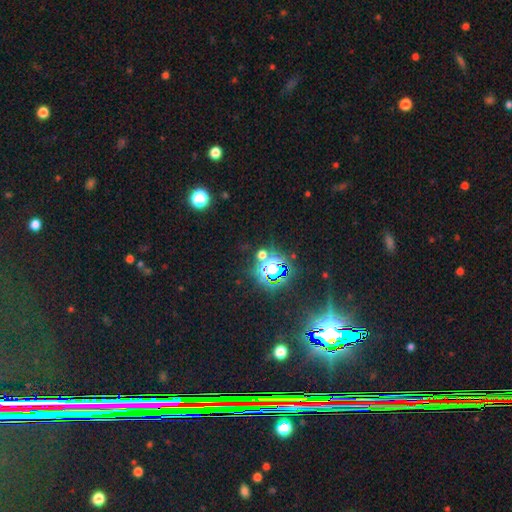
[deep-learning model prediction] Q: Smooth or featured?
A: star or artifact (80%); runner-up: smooth (12%)